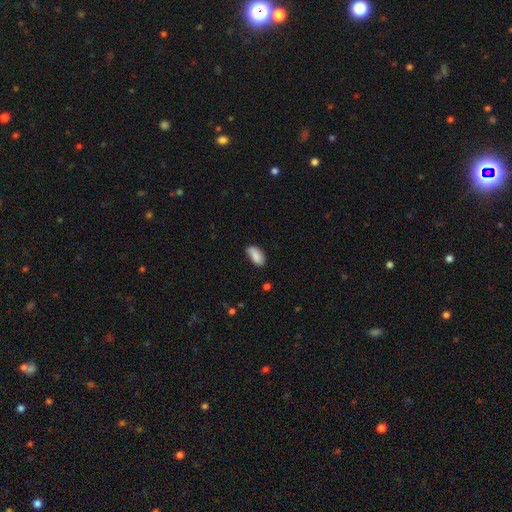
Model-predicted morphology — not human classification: Overall: smooth (84%). How rounded: in between (92%). Merging: none (73%).